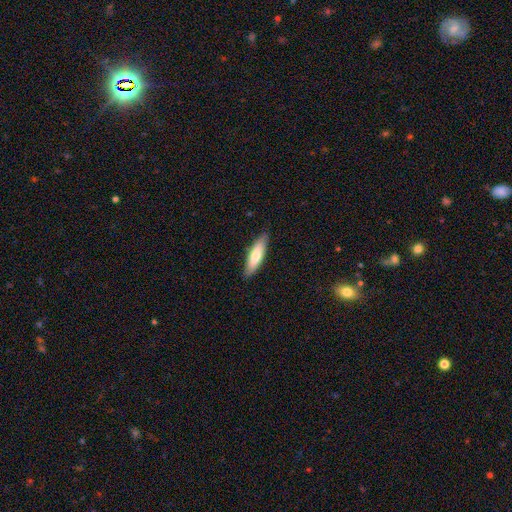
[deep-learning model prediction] Smooth or featured? smooth (71%)
How rounded? cigar-shaped (64%)
Merging? none (87%)